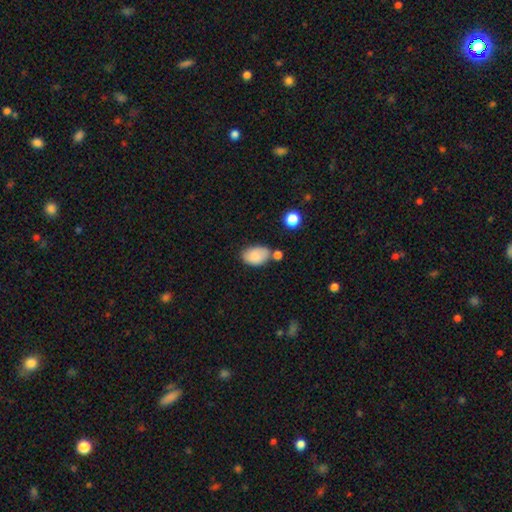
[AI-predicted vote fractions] Morphology: type=smooth (83%); roundness=in between (89%); merging=none (59%).